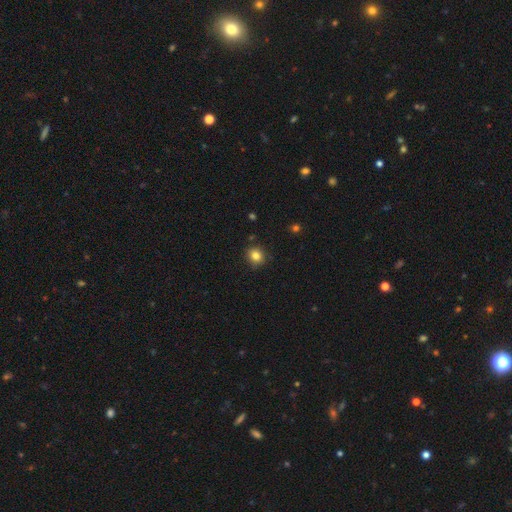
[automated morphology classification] Overall: smooth (83%). How rounded: round (78%). Merging: none (85%).